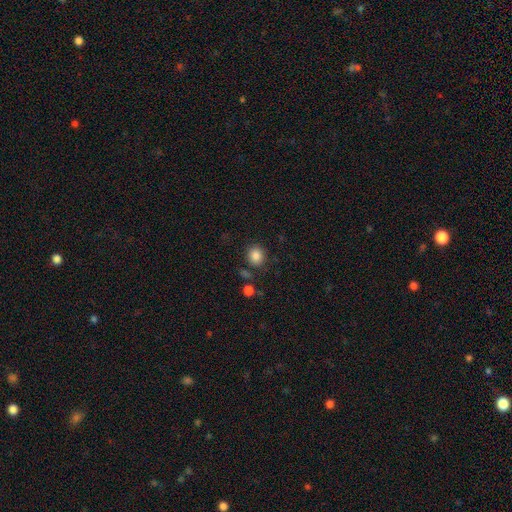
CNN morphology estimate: Smooth or featured? smooth (85%)
How rounded? round (75%)
Merging? none (82%)